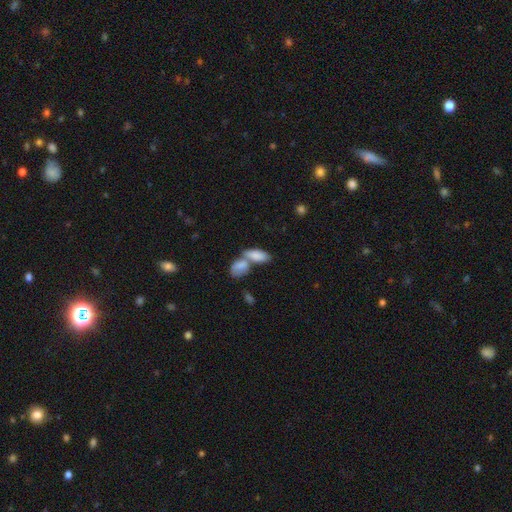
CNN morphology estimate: The model was most divided on "merging": merger: 59%, none: 29%, minor disturbance: 8%, major disturbance: 4%. More confident: how rounded — in between (86%); smooth or featured — smooth (82%).